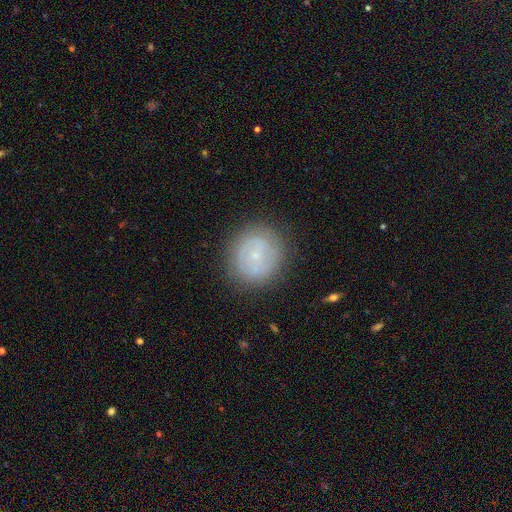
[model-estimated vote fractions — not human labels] A featured or disk galaxy (57%) with no bar (66%), spiral arms (67%) and a small central bulge (81%). Merging: none (84%).